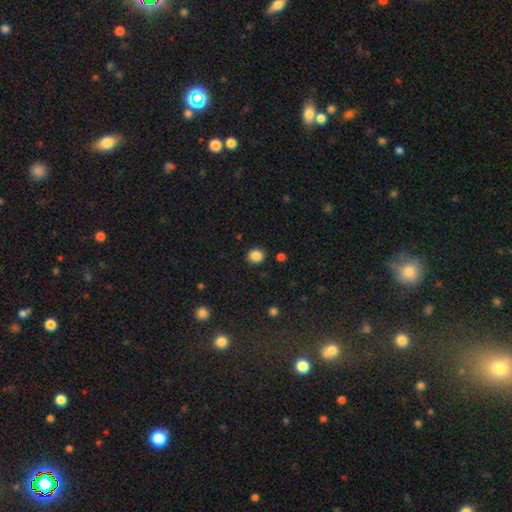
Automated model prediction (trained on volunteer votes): A smooth galaxy with no disk features (86%) that is round (75%).

Vote fractions:
- Smooth or featured? smooth: 86% / star or artifact: 10% / featured or disk: 3%
- How rounded? round: 75% / in between: 24% / cigar-shaped: 1%
- Merging? none: 89% / minor disturbance: 7% / major disturbance: 2% / merger: 2%